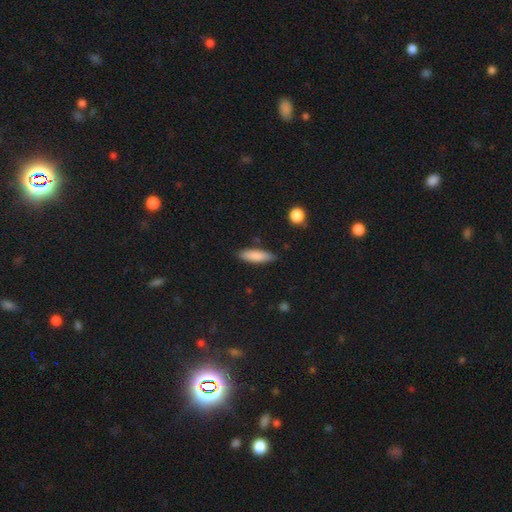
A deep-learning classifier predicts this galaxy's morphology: smooth 84%, featured or disk 10%, star or artifact 6%. Down the decision tree: how rounded — cigar-shaped (54%); merging — none (84%).